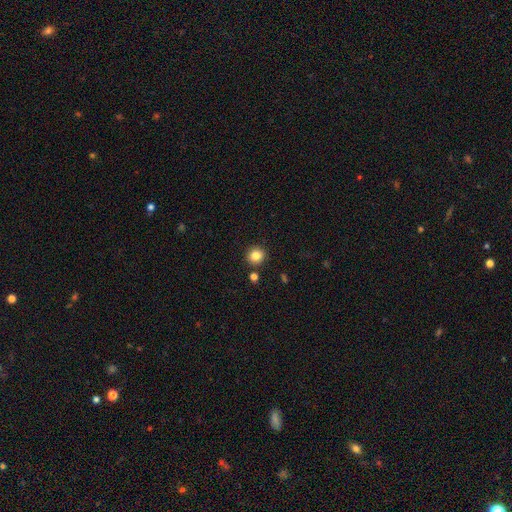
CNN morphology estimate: The model was most divided on "smooth or featured": smooth: 84%, star or artifact: 10%, featured or disk: 6%. More confident: how rounded — round (91%); merging — none (88%).